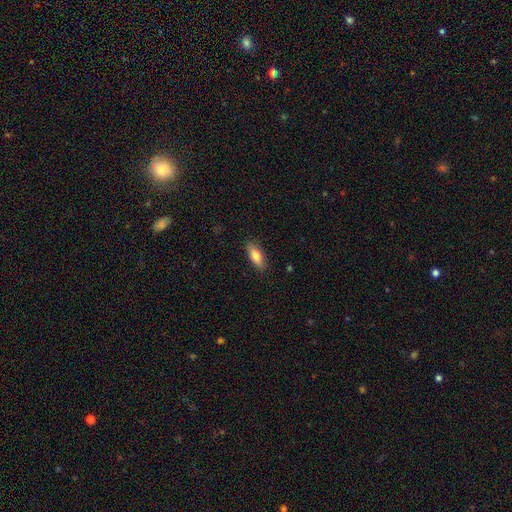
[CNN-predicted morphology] type=smooth (78%); roundness=in between (72%); merging=none (87%).